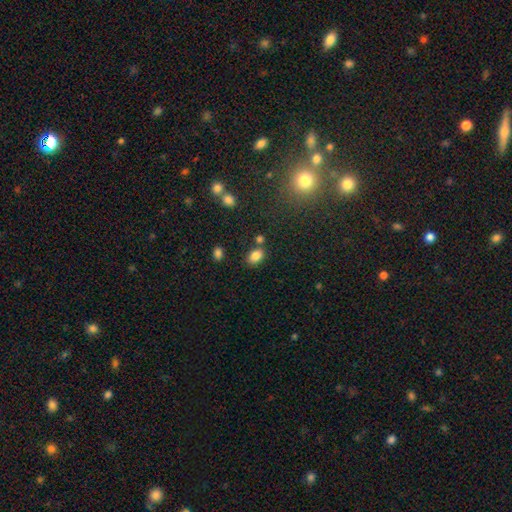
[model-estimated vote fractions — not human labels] This appears to be a smooth galaxy with no disk features (83%) that is in between round and cigar-shaped (76%). Merging: none (73%).